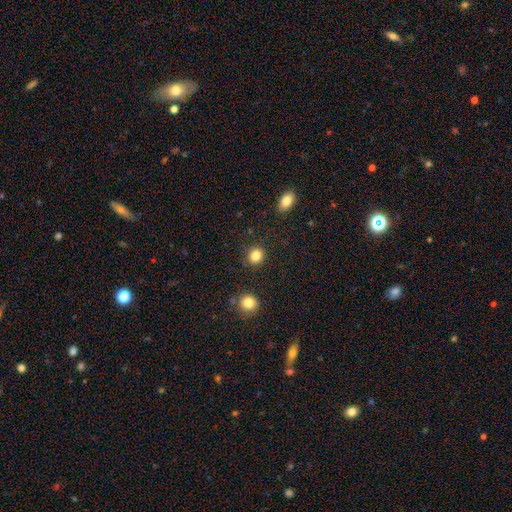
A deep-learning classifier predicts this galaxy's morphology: Overall: smooth (85%). How rounded: round (85%). Merging: none (88%).